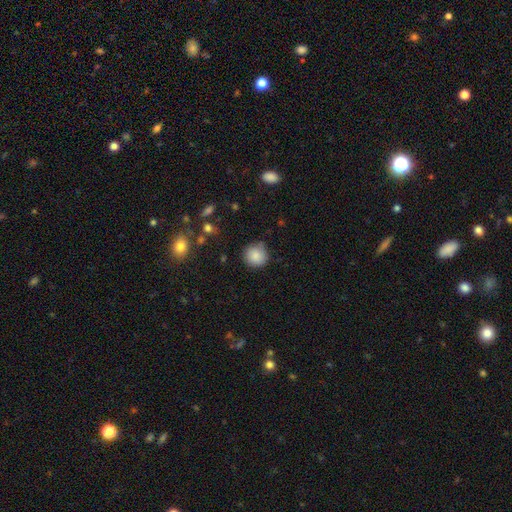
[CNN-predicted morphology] The model was most divided on "merging": none: 80%, minor disturbance: 15%, major disturbance: 3%, merger: 2%. More confident: how rounded — round (92%); smooth or featured — smooth (86%).